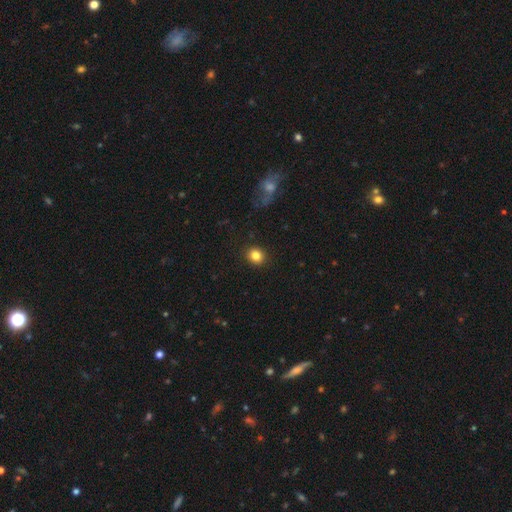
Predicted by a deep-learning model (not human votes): Overall: smooth (84%). How rounded: round (80%). Merging: none (91%).